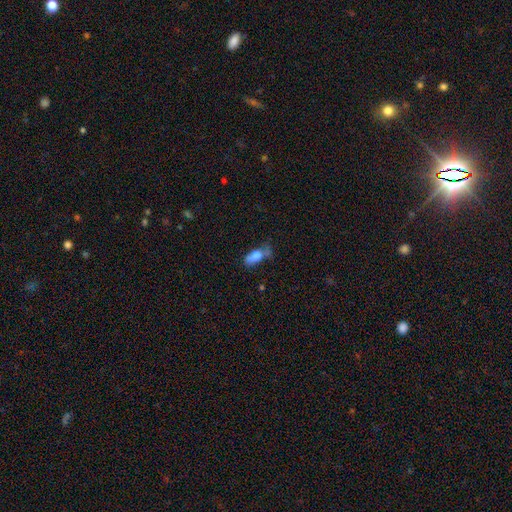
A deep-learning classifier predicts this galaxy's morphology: The model was most divided on "merging": none: 34%, minor disturbance: 30%, major disturbance: 21%, merger: 15%. More confident: how rounded — in between (84%); smooth or featured — smooth (71%).